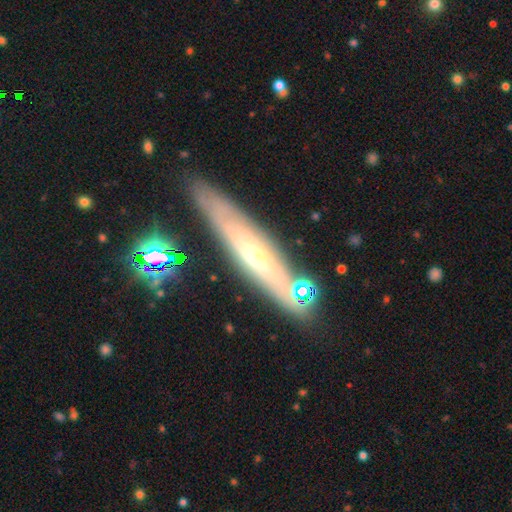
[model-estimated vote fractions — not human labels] Smooth or featured? featured or disk (66%)
Edge-on disk? yes (65%)
Merging? none (80%)